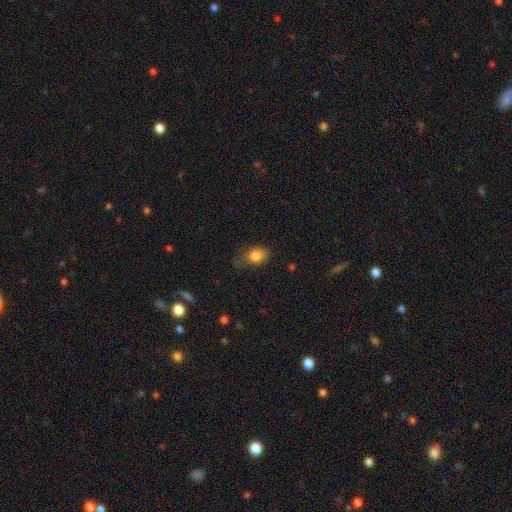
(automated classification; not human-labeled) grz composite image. It shows a smooth galaxy with no disk features (83%) that is in between round and cigar-shaped (71%). Merging: none (56%).